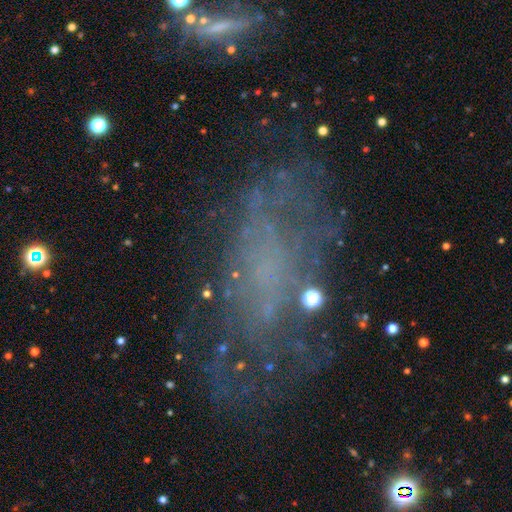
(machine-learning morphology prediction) A featured or disk galaxy (54%).

Vote fractions:
- Smooth or featured? featured or disk: 54% / smooth: 27% / star or artifact: 20%
- Edge-on disk? no: 92% / yes: 8%
- Merging? none: 52% / major disturbance: 22% / minor disturbance: 21% / merger: 4%